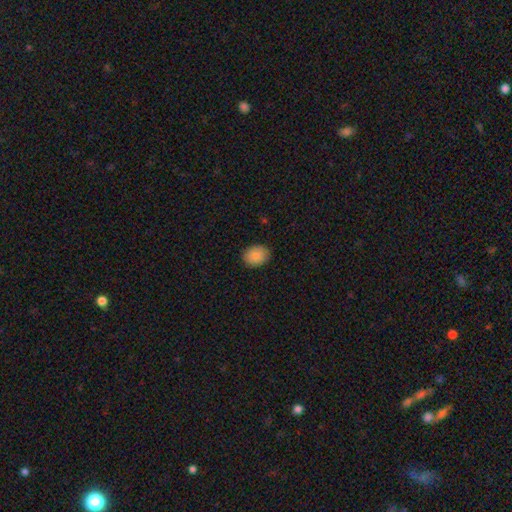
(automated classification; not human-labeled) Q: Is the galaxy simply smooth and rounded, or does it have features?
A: smooth — 86%.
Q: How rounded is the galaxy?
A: in between — 55%.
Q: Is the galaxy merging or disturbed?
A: none — 88%.